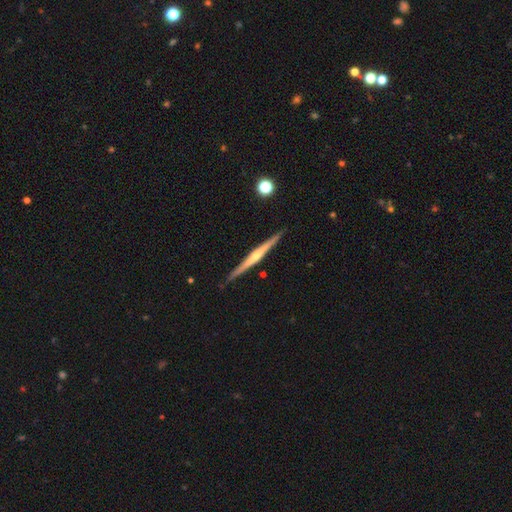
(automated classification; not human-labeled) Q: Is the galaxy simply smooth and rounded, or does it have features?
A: featured or disk — 75%.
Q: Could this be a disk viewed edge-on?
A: yes — 98%.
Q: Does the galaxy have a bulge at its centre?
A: rounded — 73%.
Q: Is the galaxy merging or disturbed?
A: none — 90%.